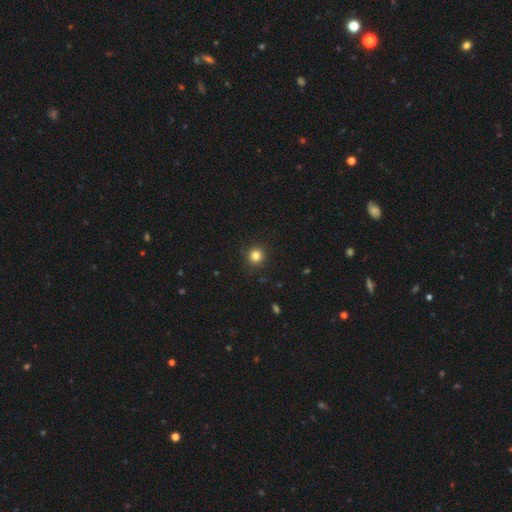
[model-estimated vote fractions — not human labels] smooth-or-featured: smooth: 82% | star or artifact: 13% | featured or disk: 5%
  how-rounded: round: 94% | in between: 6% | cigar-shaped: 1%
  merging: none: 91% | minor disturbance: 6% | major disturbance: 2% | merger: 1%